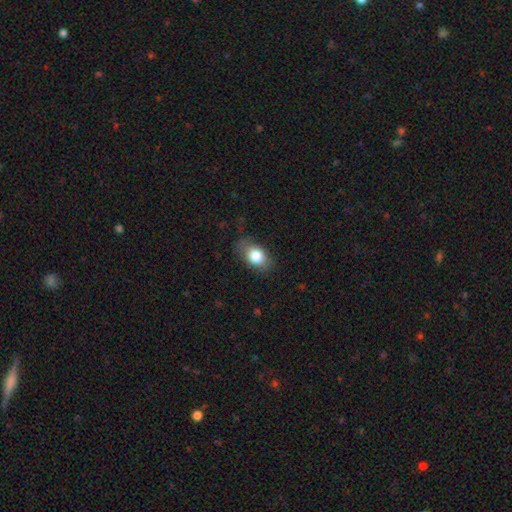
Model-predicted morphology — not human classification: Overall: smooth (79%). How rounded: in between (79%). Merging: none (74%).